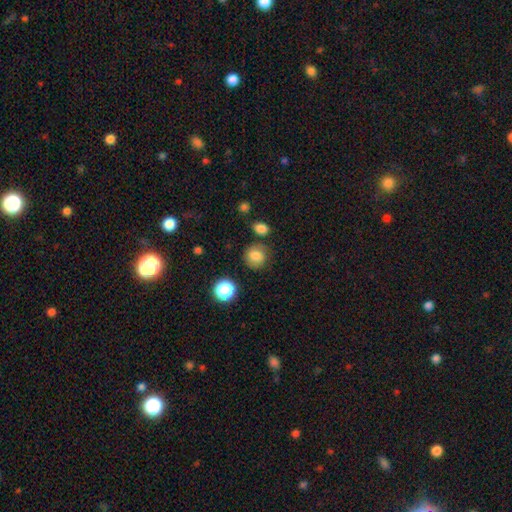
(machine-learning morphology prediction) Smooth or featured?
  - smooth: 80% *
  - star or artifact: 12%
  - featured or disk: 8%
How rounded?
  - round: 87% *
  - in between: 12%
  - cigar-shaped: 1%
Merging?
  - none: 78% *
  - minor disturbance: 13%
  - merger: 5%
  - major disturbance: 4%